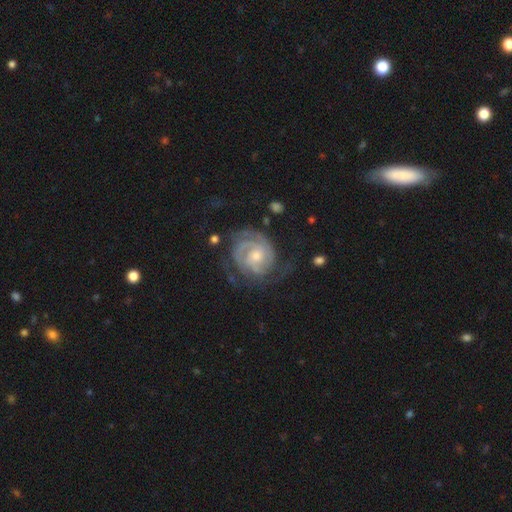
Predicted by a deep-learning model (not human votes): This is clearly a featured or disk galaxy (88%). It is clearly not viewed edge-on (98%). Bar: likely no (64%). Spiral arm pattern: clearly yes (97%). Spiral arm count: possibly 2 (48%). Spiral winding: likely tight (69%). Central bulge: possibly moderate (51%). Merging: likely none (65%).